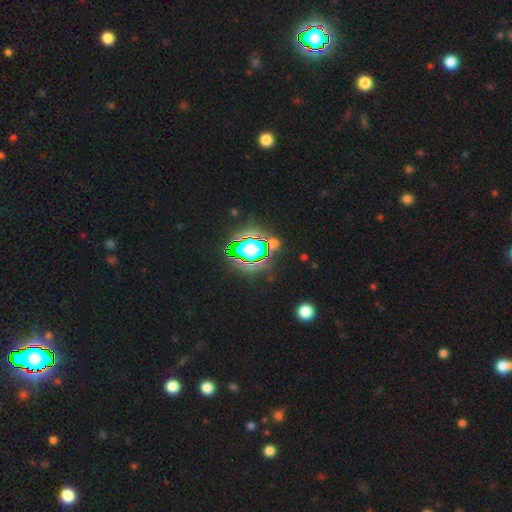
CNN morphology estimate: star or artifact 78%, smooth 13%, featured or disk 9%.